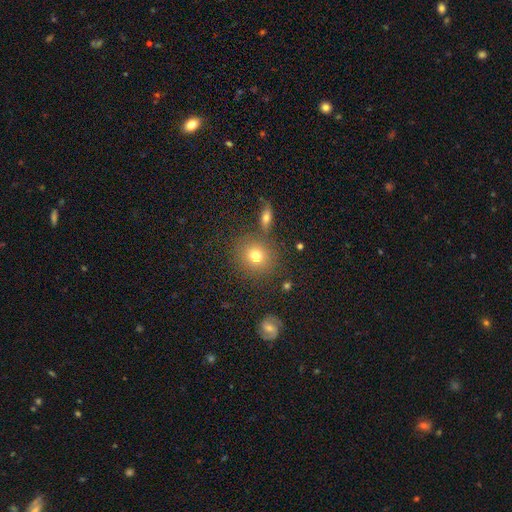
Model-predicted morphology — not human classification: Q: Smooth or featured?
A: smooth (75%); runner-up: star or artifact (14%)
Q: How rounded?
A: round (81%); runner-up: in between (18%)
Q: Merging?
A: none (77%); runner-up: minor disturbance (10%)